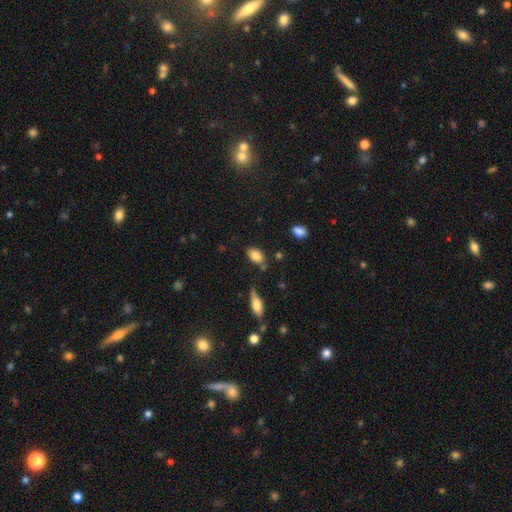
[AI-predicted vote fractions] Smooth or featured? smooth (84%)
How rounded? in between (89%)
Merging? none (74%)